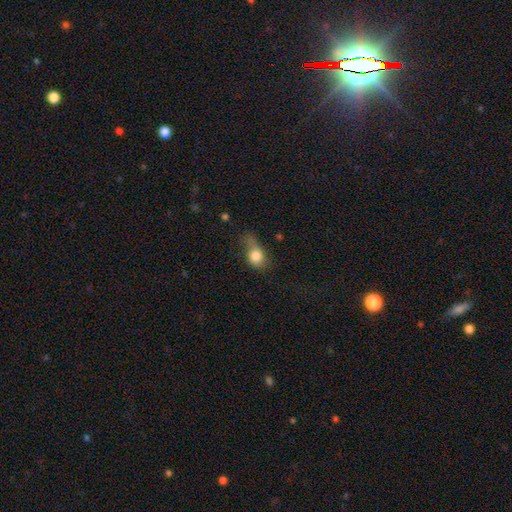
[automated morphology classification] Smooth or featured? smooth (78%)
How rounded? in between (56%)
Merging? minor disturbance (36%)